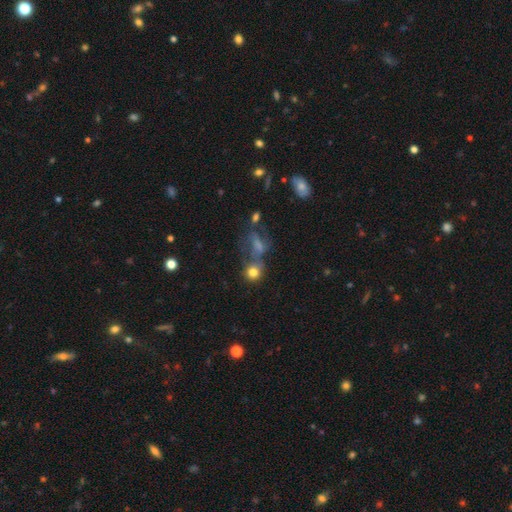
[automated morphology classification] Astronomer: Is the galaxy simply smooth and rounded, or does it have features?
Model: smooth — 50% (runner-up: star or artifact, 33%).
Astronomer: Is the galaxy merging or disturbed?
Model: none — 42% (runner-up: merger, 40%).